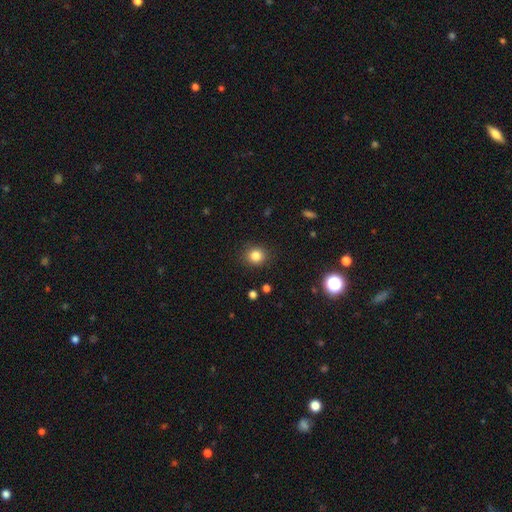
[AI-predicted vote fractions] This is clearly a smooth galaxy (83%). How rounded: clearly round (83%). Merging: clearly none (88%).